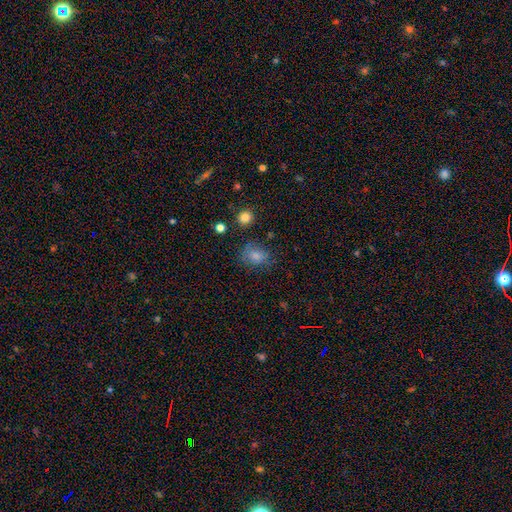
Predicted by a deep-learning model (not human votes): The model was most divided on "how rounded": round: 50%, in between: 49%, cigar-shaped: 1%. More confident: merging — none (73%); smooth or featured — smooth (61%).